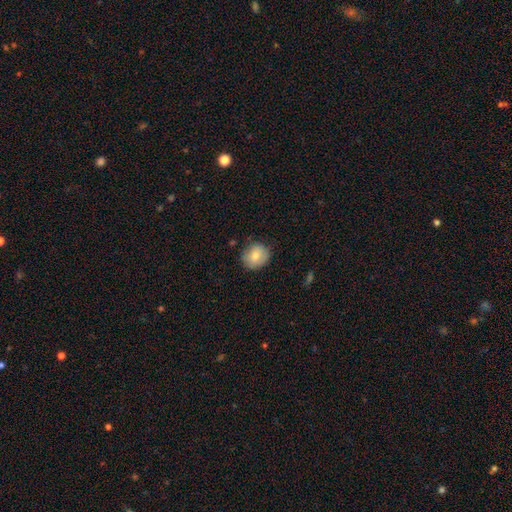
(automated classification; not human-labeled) This appears to be a smooth galaxy with no disk features (79%) that is round (79%). Merging: none (80%).